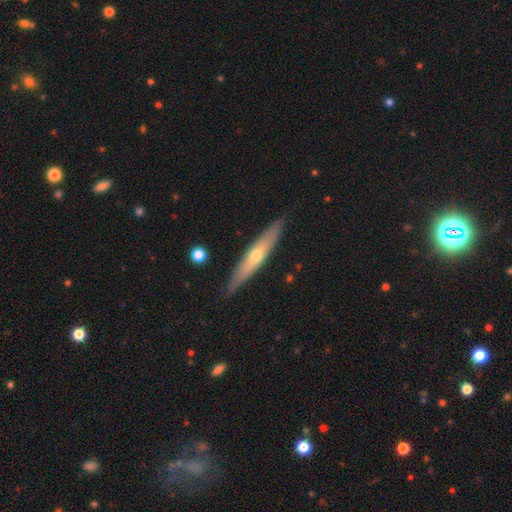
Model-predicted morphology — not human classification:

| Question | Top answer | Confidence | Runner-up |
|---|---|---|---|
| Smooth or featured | featured or disk | 59% | smooth (35%) |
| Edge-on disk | yes | 88% | no (12%) |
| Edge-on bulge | rounded | 81% | none (17%) |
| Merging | none | 88% | minor disturbance (9%) |